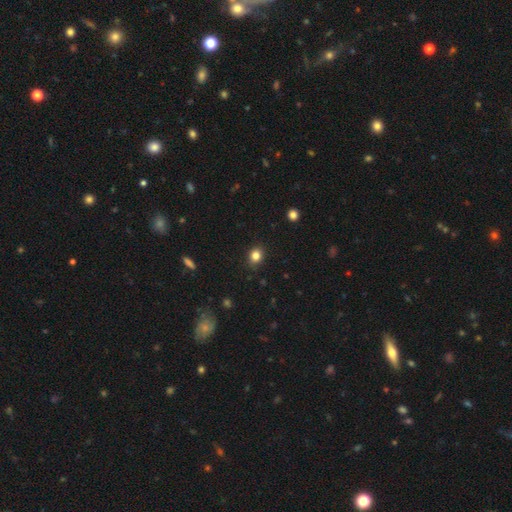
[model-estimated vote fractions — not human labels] Smooth or featured?
  - smooth: 83% *
  - star or artifact: 11%
  - featured or disk: 5%
How rounded?
  - round: 62% *
  - in between: 37%
  - cigar-shaped: 1%
Merging?
  - none: 87% *
  - minor disturbance: 9%
  - major disturbance: 2%
  - merger: 1%